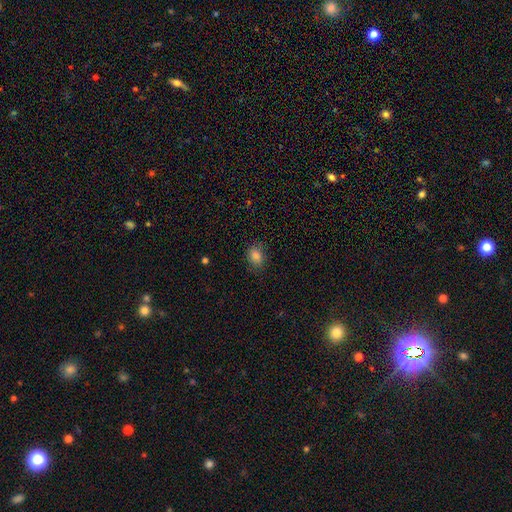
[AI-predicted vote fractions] smooth_or_featured: smooth (p=0.84) [alt: star or artifact p=0.11]
how_rounded: in between (p=0.61) [alt: round p=0.38]
merging: none (p=0.80) [alt: minor disturbance p=0.16]